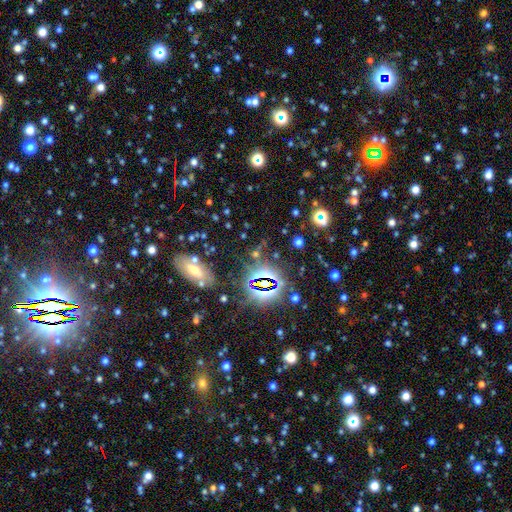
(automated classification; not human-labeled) Overall: star or artifact (72%).